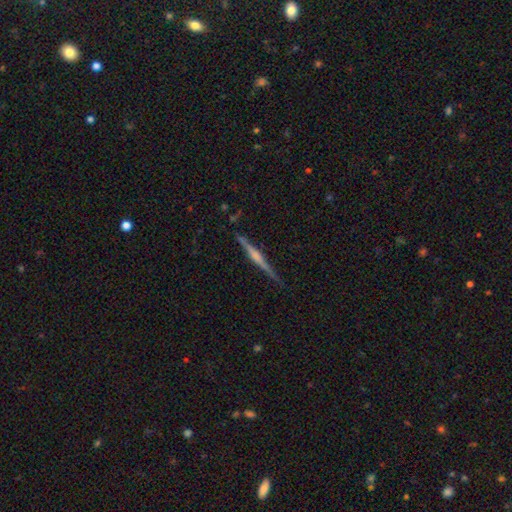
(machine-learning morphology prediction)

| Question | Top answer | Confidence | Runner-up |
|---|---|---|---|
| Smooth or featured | featured or disk | 73% | smooth (21%) |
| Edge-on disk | yes | 98% | no (2%) |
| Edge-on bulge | rounded | 54% | none (23%) |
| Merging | none | 87% | minor disturbance (10%) |